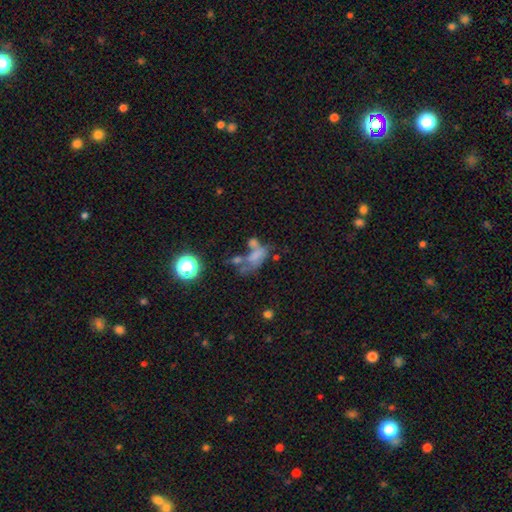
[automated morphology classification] This is possibly a smooth galaxy (50%). How rounded: clearly in between (82%). Merging: marginally merger (40%).